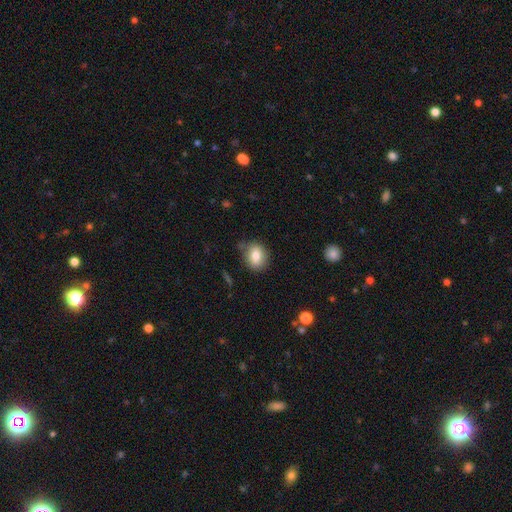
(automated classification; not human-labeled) Smooth or featured? smooth (80%)
How rounded? in between (54%)
Merging? none (77%)